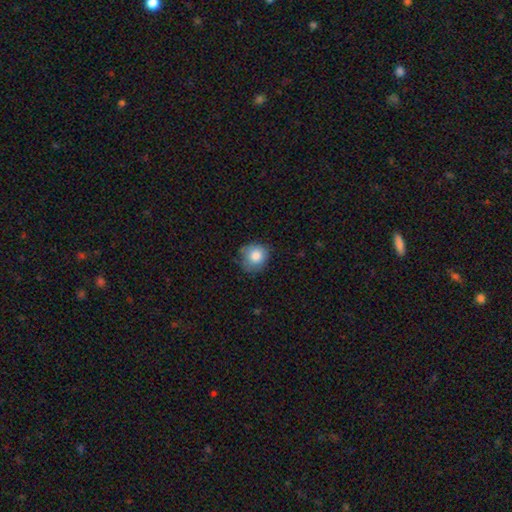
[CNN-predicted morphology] smooth-or-featured: smooth: 82% | star or artifact: 9% | featured or disk: 9%
  how-rounded: round: 83% | in between: 17% | cigar-shaped: 1%
  merging: none: 69% | minor disturbance: 24% | major disturbance: 5% | merger: 2%